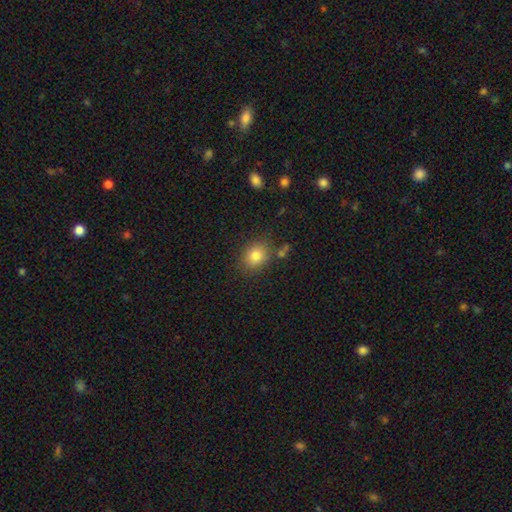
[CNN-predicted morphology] Smooth or featured? Predicted: smooth (p=0.81). How rounded? Predicted: round (p=0.51). Merging? Predicted: none (p=0.79).